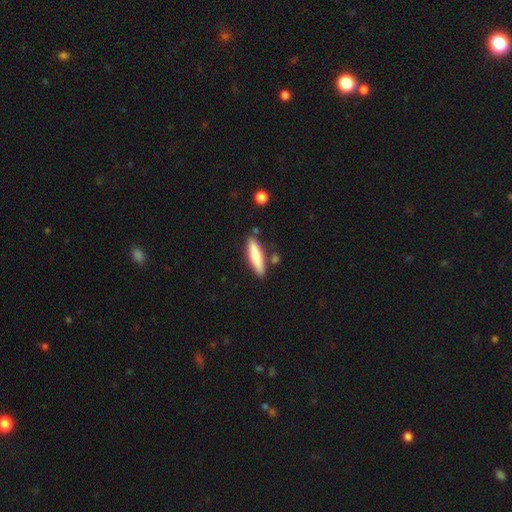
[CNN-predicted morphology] Overall: smooth (74%). How rounded: cigar-shaped (80%). Merging: none (82%).